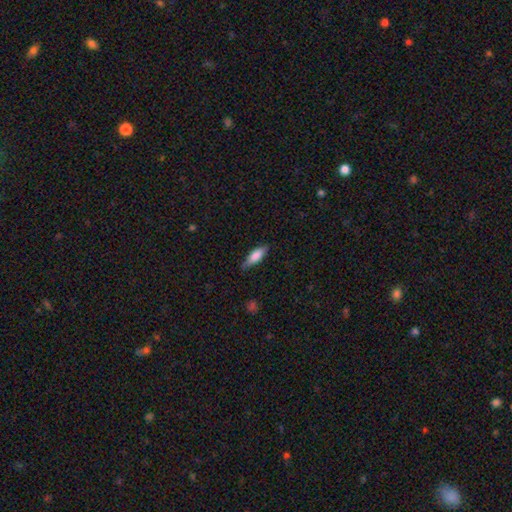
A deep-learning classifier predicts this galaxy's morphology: Smooth or featured? Predicted: smooth (p=0.76). How rounded? Predicted: in between (p=0.54). Merging? Predicted: none (p=0.75).